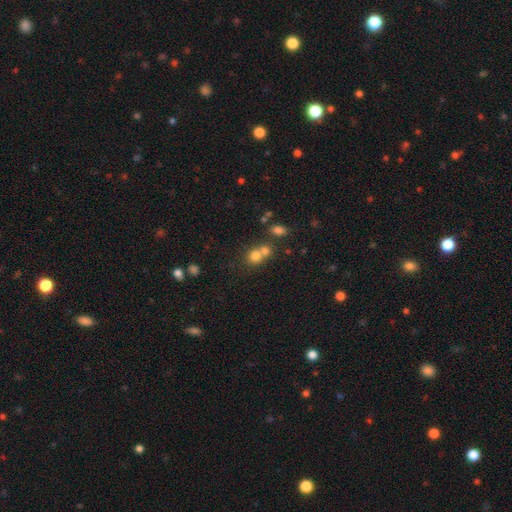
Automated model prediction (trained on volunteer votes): smooth 75%, star or artifact 14%, featured or disk 11%. Down the decision tree: how rounded — round (77%); merging — merger (51%).